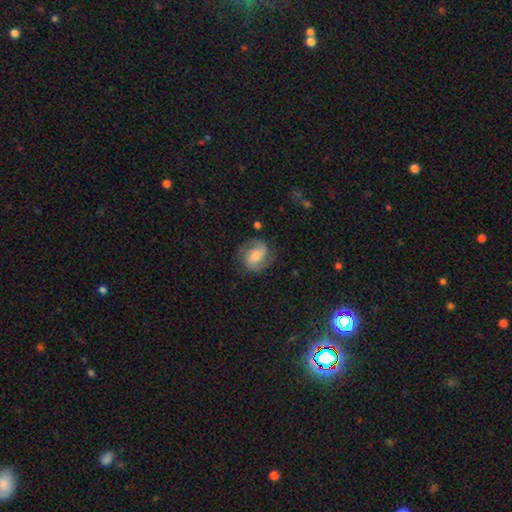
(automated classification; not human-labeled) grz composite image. It shows a featured or disk galaxy (75%) with a weak bar (44%), 2 (89%) medium (51%) spiral arms (95%) and a moderate central bulge (47%). Merging: none (77%).